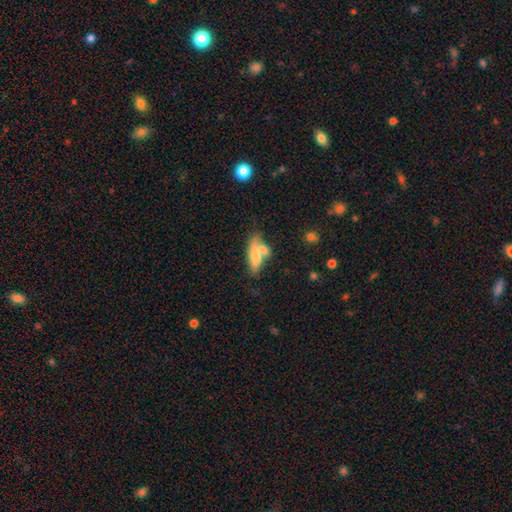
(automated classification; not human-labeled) Overall: smooth (67%). How rounded: in between (57%; cigar-shaped 39%). Merging: merger (47%; none 32%).